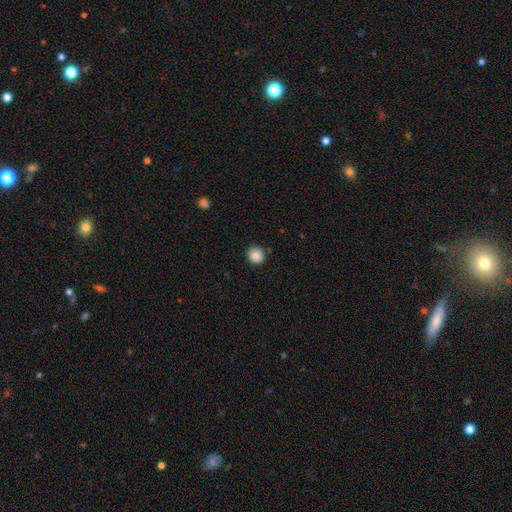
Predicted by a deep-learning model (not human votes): Smooth or featured?
  - smooth: 87% *
  - star or artifact: 9%
  - featured or disk: 3%
How rounded?
  - round: 92% *
  - in between: 7%
  - cigar-shaped: 1%
Merging?
  - none: 89% *
  - minor disturbance: 7%
  - major disturbance: 2%
  - merger: 2%